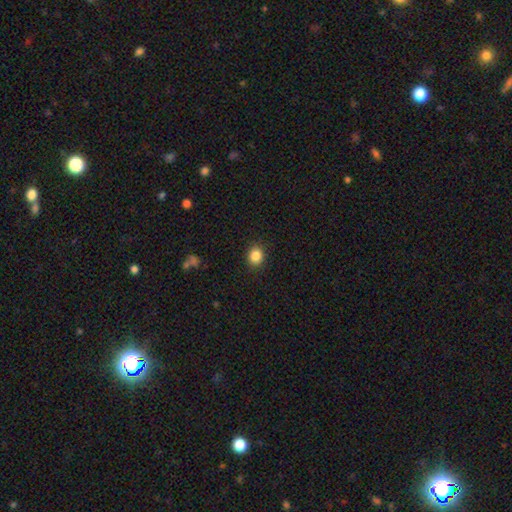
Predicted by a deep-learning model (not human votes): The model was most divided on "how rounded": round: 71%, in between: 28%, cigar-shaped: 1%. More confident: merging — none (90%); smooth or featured — smooth (86%).